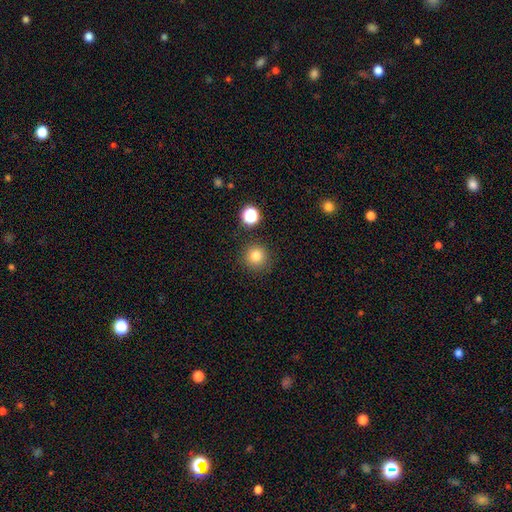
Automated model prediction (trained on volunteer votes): A smooth galaxy with no disk features (81%) that is round (94%).

Vote fractions:
- Smooth or featured? smooth: 81% / star or artifact: 13% / featured or disk: 6%
- How rounded? round: 94% / in between: 5% / cigar-shaped: 1%
- Merging? none: 88% / minor disturbance: 7% / merger: 3% / major disturbance: 3%